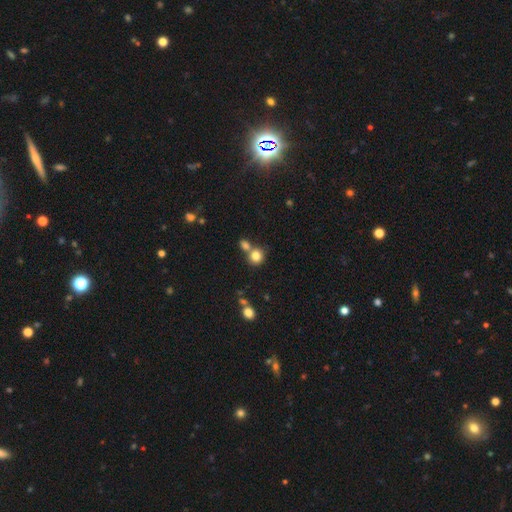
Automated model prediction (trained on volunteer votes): Morphology: type=smooth (81%); roundness=round (84%); merging=none (56%).